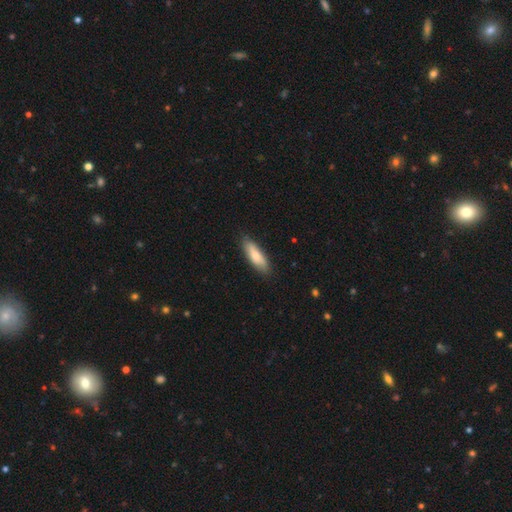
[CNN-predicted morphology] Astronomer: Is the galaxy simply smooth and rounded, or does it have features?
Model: smooth — 74%.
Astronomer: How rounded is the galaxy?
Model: in between — 51% (runner-up: cigar-shaped, 47%).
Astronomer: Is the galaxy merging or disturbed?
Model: none — 84%.